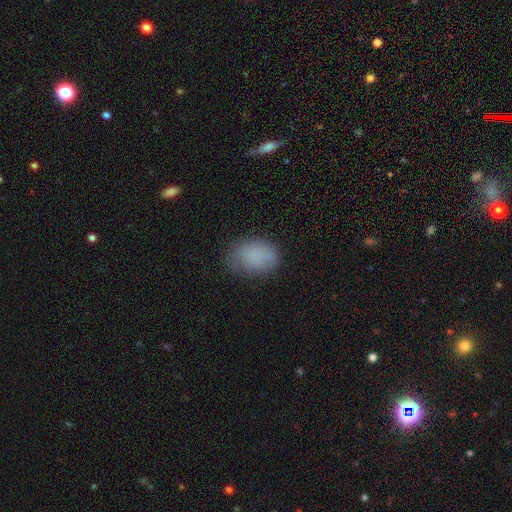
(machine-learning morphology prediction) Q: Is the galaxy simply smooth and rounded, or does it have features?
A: smooth — 84%.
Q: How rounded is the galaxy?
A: in between — 77%.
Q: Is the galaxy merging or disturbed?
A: none — 69%.